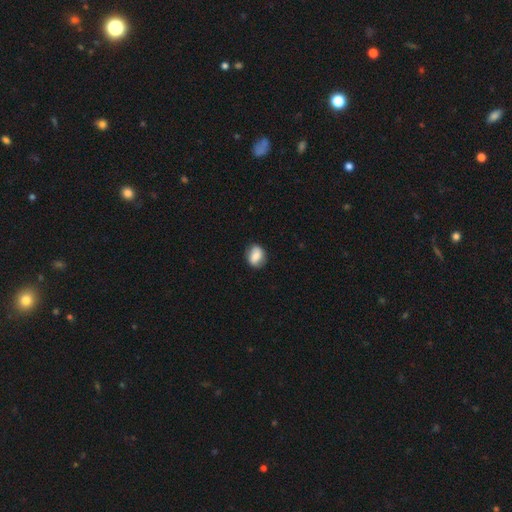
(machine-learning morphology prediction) smooth-or-featured: smooth: 73% | featured or disk: 19% | star or artifact: 8%
  how-rounded: in between: 52% | round: 47% | cigar-shaped: 1%
  merging: none: 82% | minor disturbance: 14% | major disturbance: 3% | merger: 1%